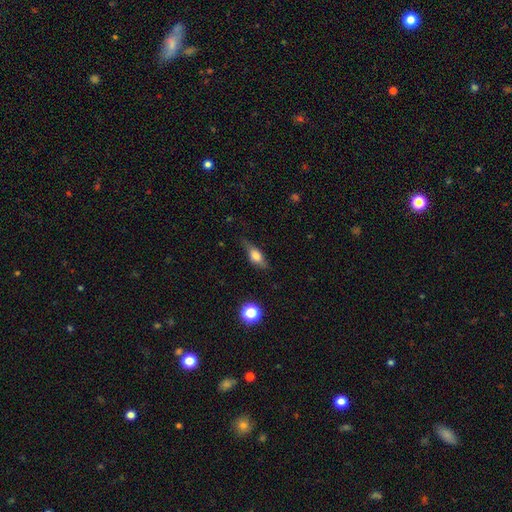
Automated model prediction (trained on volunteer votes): smooth_or_featured: smooth (p=0.53) [alt: featured or disk p=0.37]
how_rounded: in between (p=0.62) [alt: cigar-shaped p=0.29]
merging: none (p=0.68) [alt: minor disturbance p=0.23]